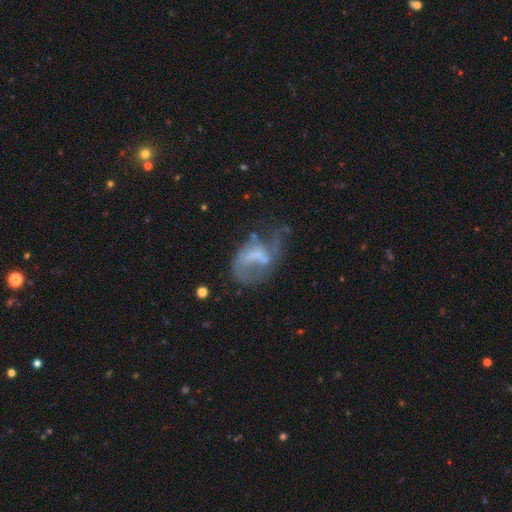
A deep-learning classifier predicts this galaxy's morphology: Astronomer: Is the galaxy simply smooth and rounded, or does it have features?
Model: featured or disk — 56% (runner-up: smooth, 32%).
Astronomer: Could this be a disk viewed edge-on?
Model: no — 97%.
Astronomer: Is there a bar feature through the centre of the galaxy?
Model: no — 61%.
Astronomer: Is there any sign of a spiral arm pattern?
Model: no — 62% (runner-up: yes, 38%).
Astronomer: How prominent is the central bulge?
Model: none — 60%.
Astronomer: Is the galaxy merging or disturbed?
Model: major disturbance — 45% (runner-up: none, 26%).